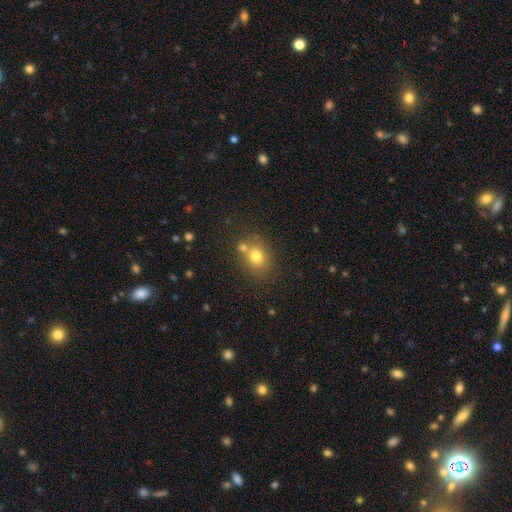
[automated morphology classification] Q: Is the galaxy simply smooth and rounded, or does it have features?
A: smooth — 76%.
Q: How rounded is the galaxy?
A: round — 66%.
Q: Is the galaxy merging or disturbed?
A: none — 63%.